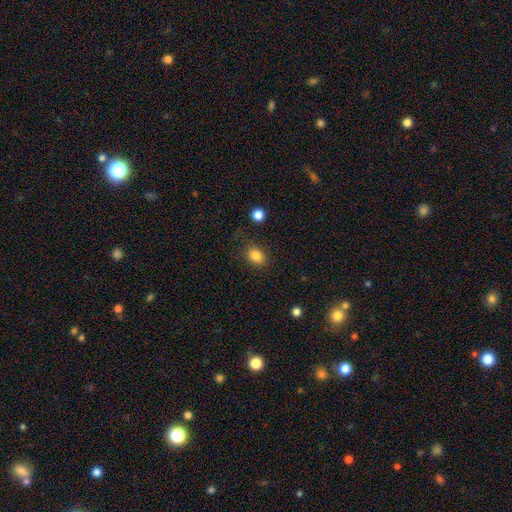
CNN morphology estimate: This appears to be a smooth galaxy with no disk features (85%) that is in between round and cigar-shaped (69%). Merging: none (79%).